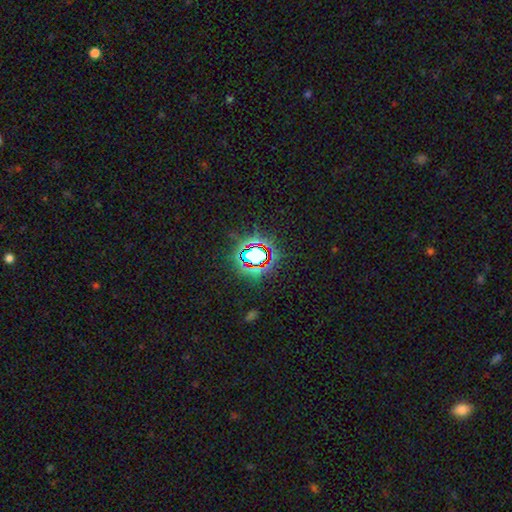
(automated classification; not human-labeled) Smooth or featured? star or artifact (72%)